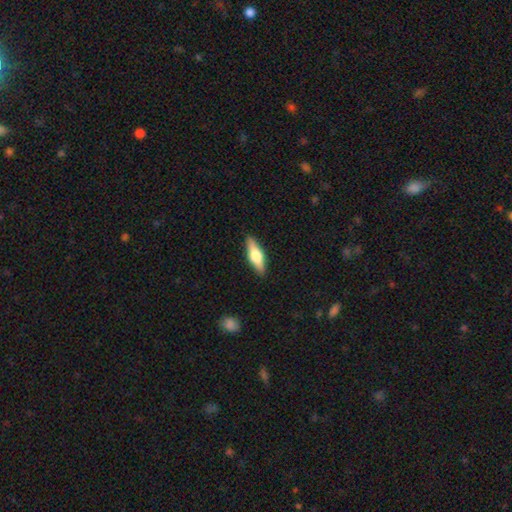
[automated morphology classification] This is possibly a smooth galaxy (48%). Merging: clearly none (90%).